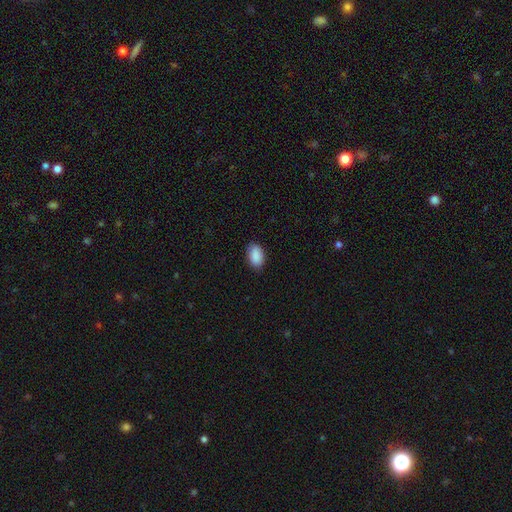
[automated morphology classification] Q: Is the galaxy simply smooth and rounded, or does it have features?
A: smooth — 90%.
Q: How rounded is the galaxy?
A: in between — 93%.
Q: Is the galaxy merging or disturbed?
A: none — 86%.